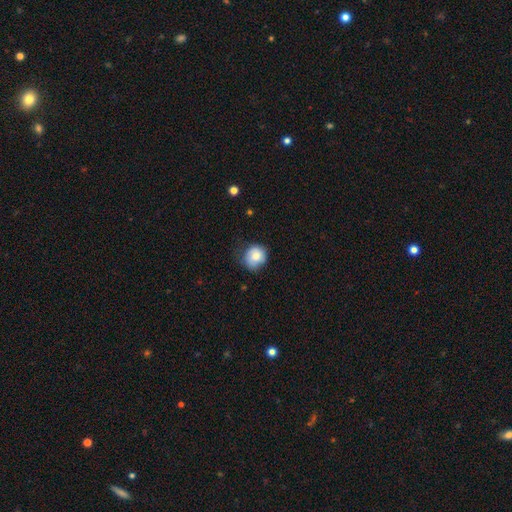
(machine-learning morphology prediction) A smooth galaxy with no disk features (76%) that is round (83%).

Vote fractions:
- Smooth or featured? smooth: 76% / featured or disk: 16% / star or artifact: 9%
- How rounded? round: 83% / in between: 16% / cigar-shaped: 1%
- Merging? none: 63% / minor disturbance: 28% / major disturbance: 7% / merger: 1%